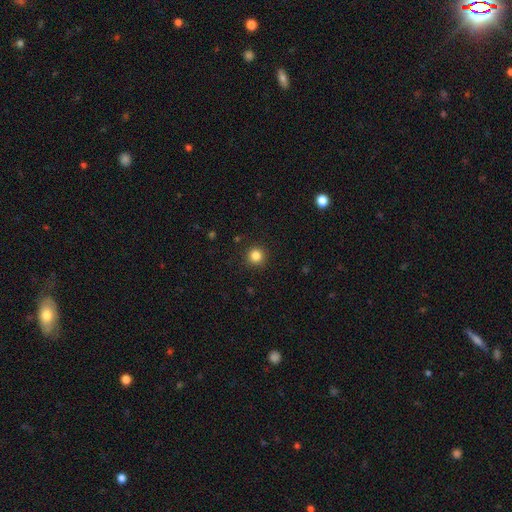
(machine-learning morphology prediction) This is clearly a smooth galaxy (84%). How rounded: clearly round (95%). Merging: clearly none (92%).